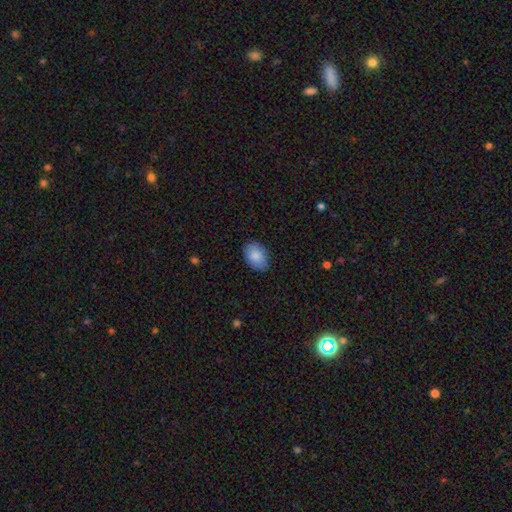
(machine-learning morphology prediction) Overall: smooth (86%). How rounded: in between (89%). Merging: none (84%).